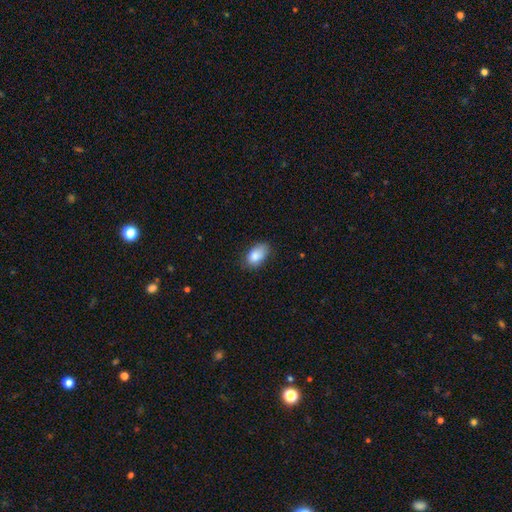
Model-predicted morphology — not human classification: smooth_or_featured: smooth (p=0.85) [alt: star or artifact p=0.08]
how_rounded: in between (p=0.92) [alt: round p=0.07]
merging: none (p=0.68) [alt: minor disturbance p=0.26]